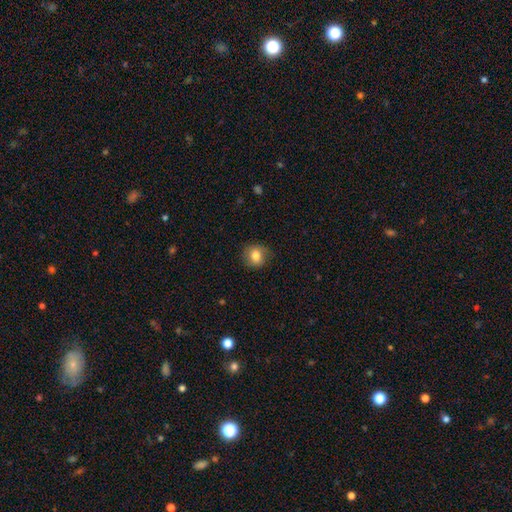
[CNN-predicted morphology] smooth-or-featured: smooth: 80% | featured or disk: 10% | star or artifact: 10%
  how-rounded: round: 80% | in between: 19% | cigar-shaped: 1%
  merging: none: 84% | minor disturbance: 12% | major disturbance: 3% | merger: 1%